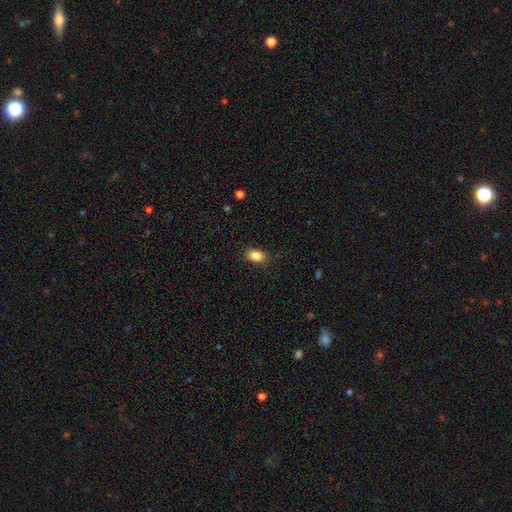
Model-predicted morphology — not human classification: Smooth or featured? Predicted: smooth (p=0.84). How rounded? Predicted: in between (p=0.84). Merging? Predicted: none (p=0.80).